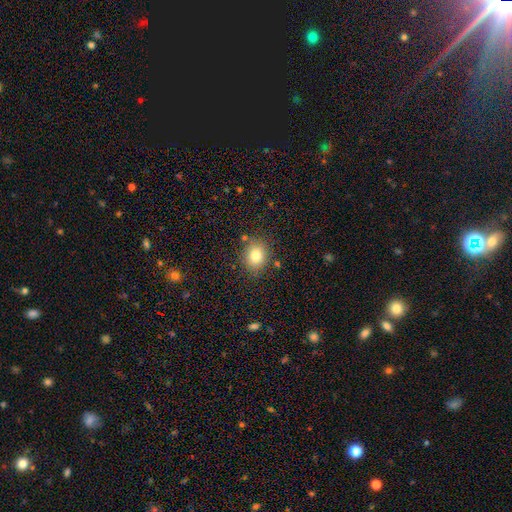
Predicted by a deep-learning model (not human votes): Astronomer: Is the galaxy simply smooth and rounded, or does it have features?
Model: smooth — 80%.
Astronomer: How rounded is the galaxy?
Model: round — 61% (runner-up: in between, 38%).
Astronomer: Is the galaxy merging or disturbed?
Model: none — 82%.